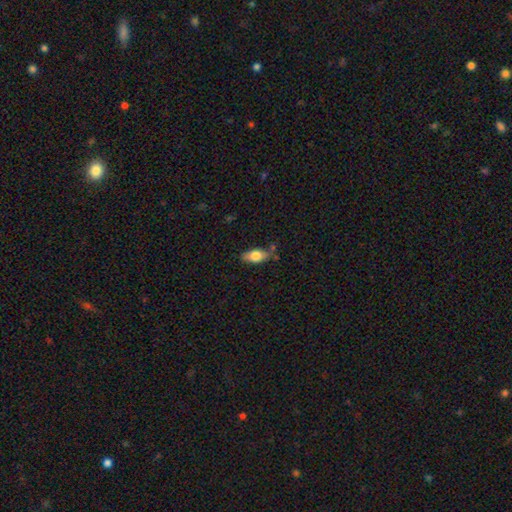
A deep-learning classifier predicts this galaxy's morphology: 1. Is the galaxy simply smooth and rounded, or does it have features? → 74% smooth, 19% featured or disk, 7% star or artifact.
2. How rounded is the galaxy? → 83% in between, 13% cigar-shaped, 4% round.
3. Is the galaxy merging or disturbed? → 69% none, 20% minor disturbance, 7% merger, 4% major disturbance.